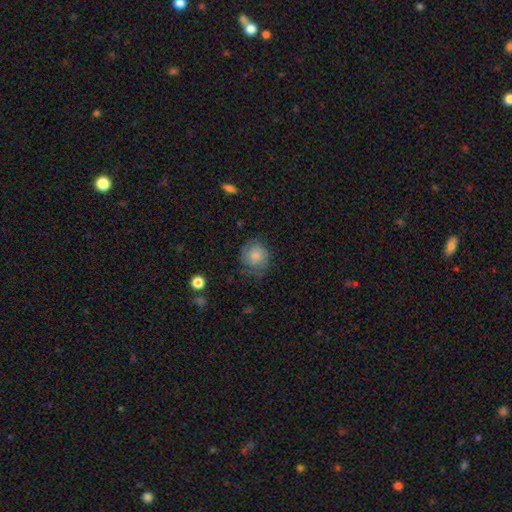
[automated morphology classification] Smooth or featured? Predicted: smooth (p=0.73). How rounded? Predicted: round (p=0.86). Merging? Predicted: none (p=0.63).